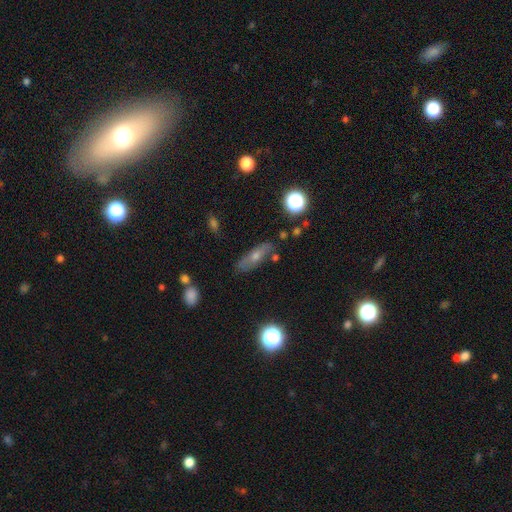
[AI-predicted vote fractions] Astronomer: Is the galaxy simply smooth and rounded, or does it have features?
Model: smooth — 44% (runner-up: featured or disk, 41%).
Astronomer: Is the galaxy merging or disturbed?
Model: none — 77%.